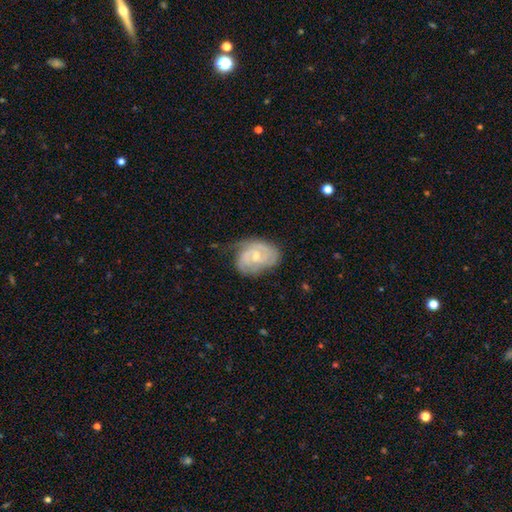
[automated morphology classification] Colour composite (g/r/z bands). It shows a featured or disk galaxy (75%) with no bar (57%), 2 (46%) tight (57%) spiral arms (91%) and a small central bulge (51%). Merging: none (54%).